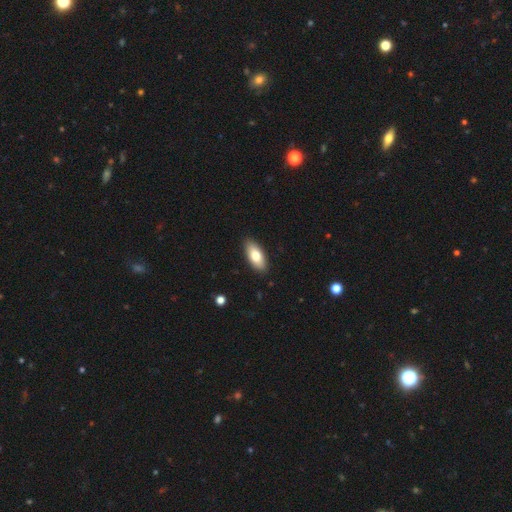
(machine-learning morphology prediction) smooth_or_featured: smooth (p=0.75) [alt: featured or disk p=0.19]
how_rounded: in between (p=0.85) [alt: cigar-shaped p=0.12]
merging: none (p=0.89) [alt: minor disturbance p=0.08]